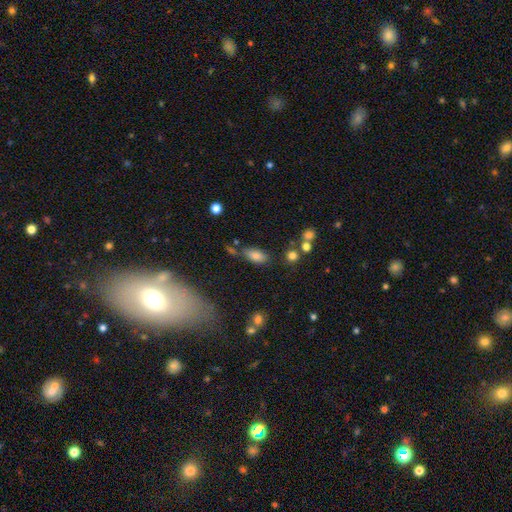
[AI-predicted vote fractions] Smooth or featured? smooth (81%)
How rounded? in between (88%)
Merging? none (64%)